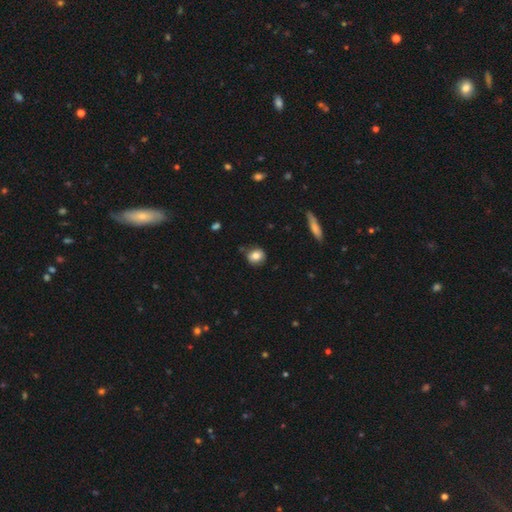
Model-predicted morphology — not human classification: smooth-or-featured: smooth: 80% | featured or disk: 11% | star or artifact: 10%
  how-rounded: round: 77% | in between: 22% | cigar-shaped: 1%
  merging: none: 78% | minor disturbance: 16% | merger: 3% | major disturbance: 3%